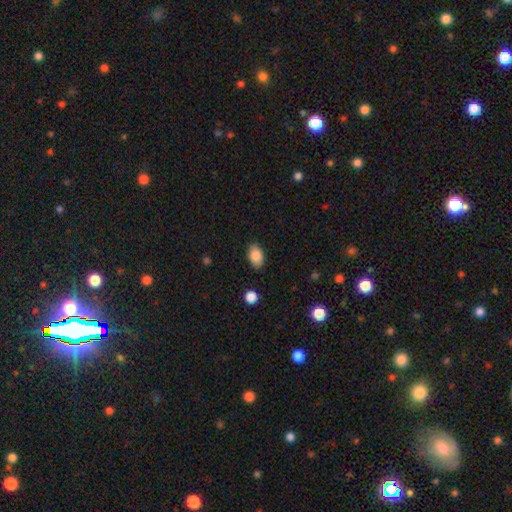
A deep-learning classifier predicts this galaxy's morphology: This is clearly a smooth galaxy (85%). How rounded: clearly in between (88%). Merging: clearly none (85%).